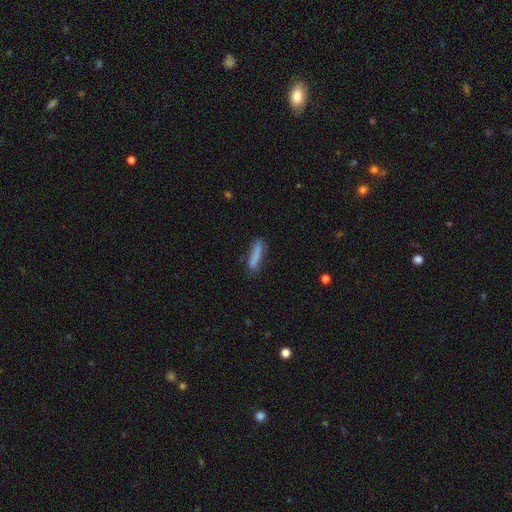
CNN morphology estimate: A smooth galaxy with no disk features (75%) that is cigar-shaped (80%). Merging: none (65%).